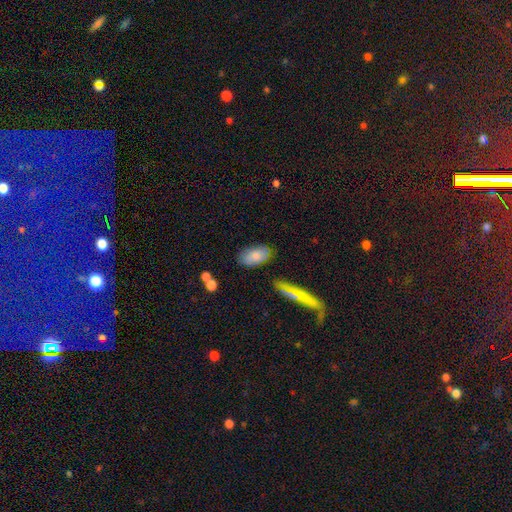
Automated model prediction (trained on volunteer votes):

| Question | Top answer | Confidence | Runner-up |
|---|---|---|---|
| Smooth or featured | smooth | 77% | featured or disk (16%) |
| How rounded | in between | 93% | round (4%) |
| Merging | none | 75% | minor disturbance (17%) |